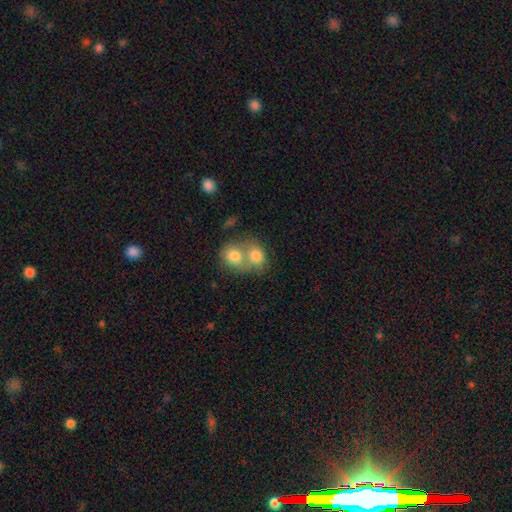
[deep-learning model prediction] Smooth or featured: smooth — 77% (featured or disk — 15%)
How rounded: round — 61% (in between — 38%)
Merging: merger — 70% (none — 21%)